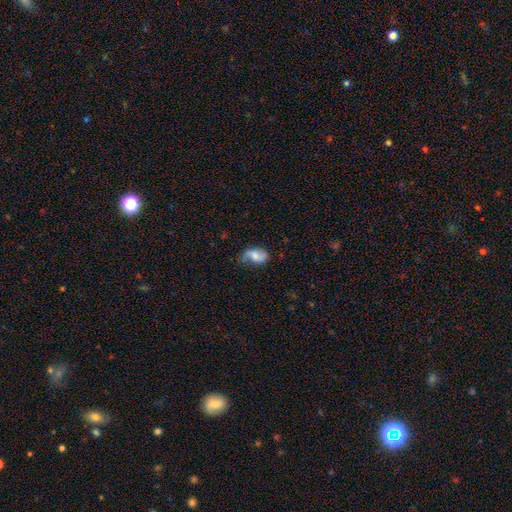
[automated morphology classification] A smooth galaxy with no disk features (53%) that is in between round and cigar-shaped (87%).

Vote fractions:
- Smooth or featured? smooth: 53% / featured or disk: 39% / star or artifact: 8%
- How rounded? in between: 87% / round: 11% / cigar-shaped: 2%
- Merging? none: 52% / minor disturbance: 33% / major disturbance: 13% / merger: 2%